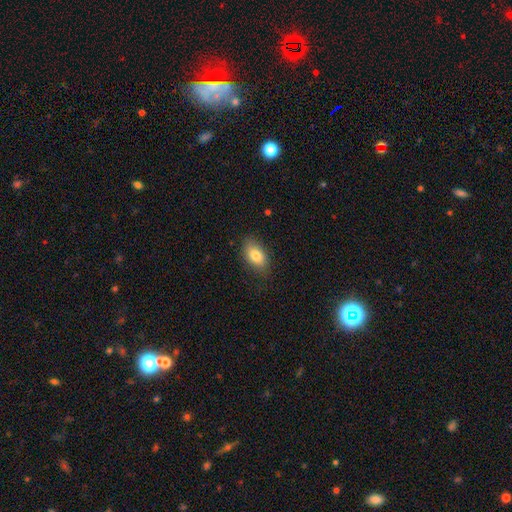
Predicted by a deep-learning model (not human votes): smooth-or-featured: smooth: 81% | featured or disk: 12% | star or artifact: 8%
  how-rounded: in between: 89% | round: 8% | cigar-shaped: 3%
  merging: none: 82% | minor disturbance: 14% | major disturbance: 3% | merger: 1%